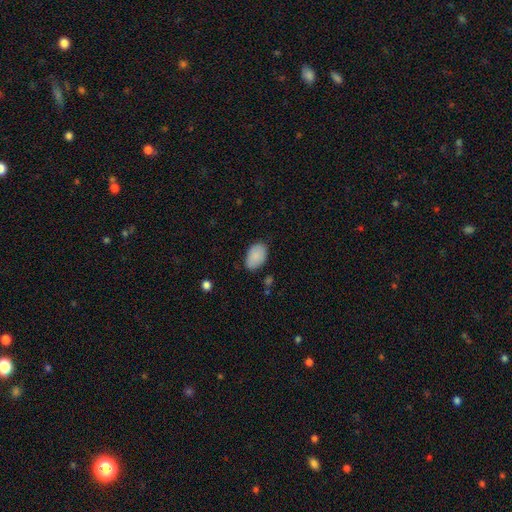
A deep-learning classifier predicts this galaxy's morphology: smooth-or-featured: smooth: 89% | star or artifact: 6% | featured or disk: 5%
  how-rounded: in between: 91% | round: 8% | cigar-shaped: 1%
  merging: none: 78% | minor disturbance: 17% | major disturbance: 3% | merger: 2%